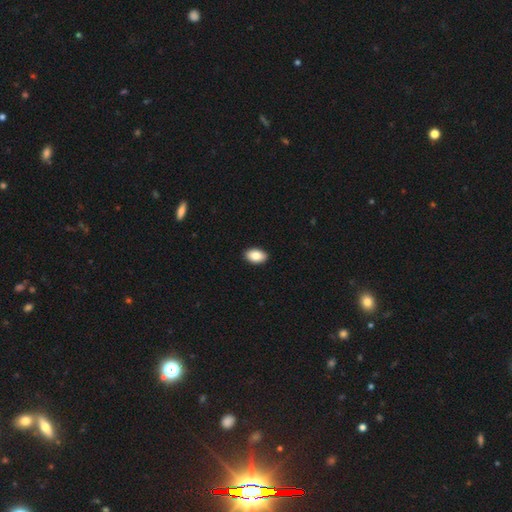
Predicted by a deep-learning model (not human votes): Smooth or featured? smooth (85%)
How rounded? in between (92%)
Merging? none (91%)